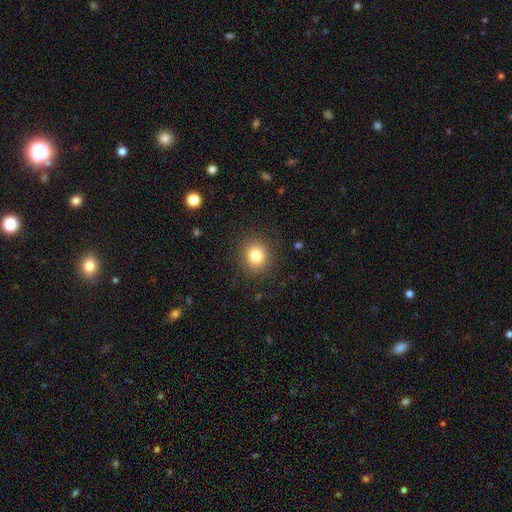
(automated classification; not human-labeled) Morphology: type=smooth (81%); roundness=round (83%); merging=none (89%).